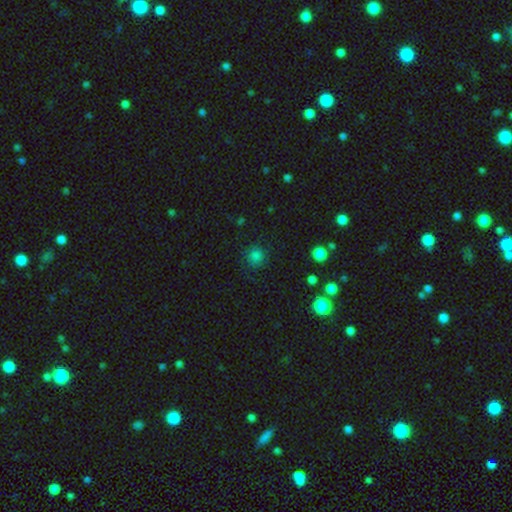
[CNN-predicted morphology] A smooth galaxy with no disk features (79%) that is round (91%).

Vote fractions:
- Smooth or featured? smooth: 79% / star or artifact: 15% / featured or disk: 6%
- How rounded? round: 91% / in between: 8% / cigar-shaped: 1%
- Merging? none: 83% / minor disturbance: 11% / major disturbance: 4% / merger: 1%